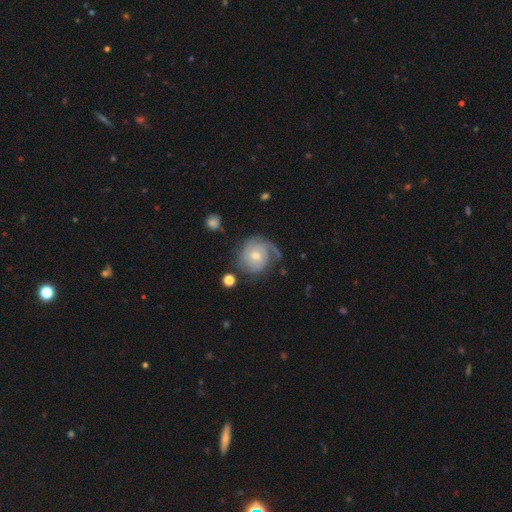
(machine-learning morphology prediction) smooth-or-featured: featured or disk: 74% | smooth: 20% | star or artifact: 6%
  disk-edge-on: no: 98% | yes: 2%
    bar: no: 71% | weak: 26% | strong: 4%
    has-spiral-arms: yes: 92% | no: 8%
      spiral-winding: tight: 57% | medium: 29% | loose: 14%
      spiral-arm-count: 1: 35% | 2: 27% | can't tell: 22% | 3: 10% | 4: 3% | more than 4: 3%
    bulge-size: moderate: 49% | small: 46% | large: 3% | none: 2% | dominant: 1%
  merging: none: 58% | minor disturbance: 22% | major disturbance: 17% | merger: 3%